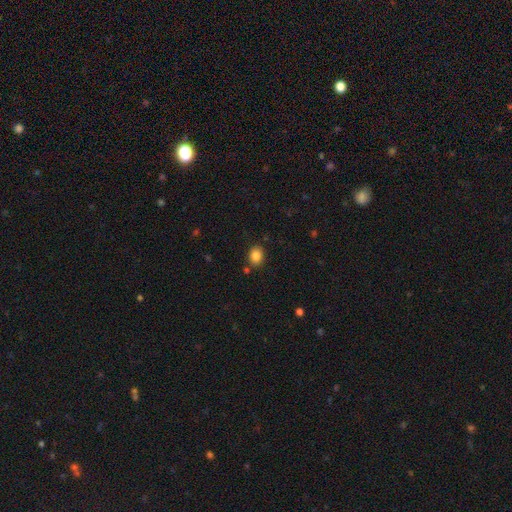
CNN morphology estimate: The model was most divided on "how rounded": in between: 63%, round: 36%, cigar-shaped: 1%. More confident: smooth or featured — smooth (85%); merging — none (83%).